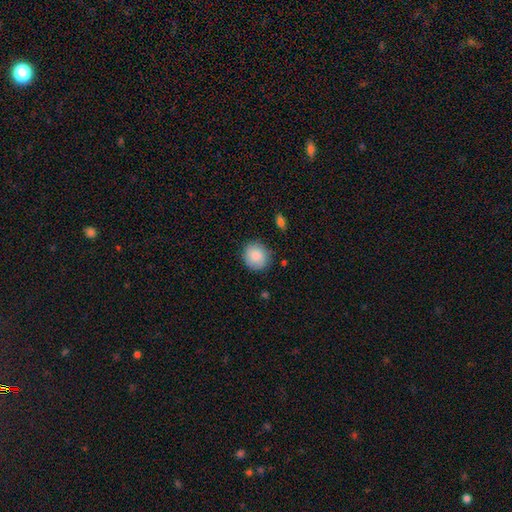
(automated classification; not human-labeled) Smooth or featured?
  - smooth: 86% *
  - star or artifact: 7%
  - featured or disk: 7%
How rounded?
  - round: 82% *
  - in between: 17%
  - cigar-shaped: 1%
Merging?
  - none: 83% *
  - minor disturbance: 12%
  - major disturbance: 3%
  - merger: 1%